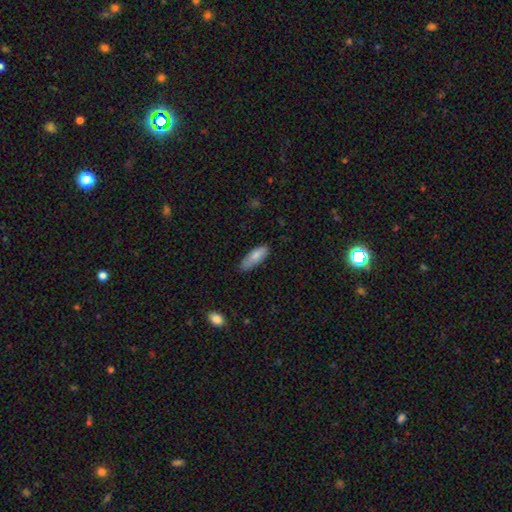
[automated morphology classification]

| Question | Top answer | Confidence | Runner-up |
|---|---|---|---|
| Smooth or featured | smooth | 82% | featured or disk (11%) |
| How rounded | in between | 64% | cigar-shaped (34%) |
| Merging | none | 63% | minor disturbance (29%) |